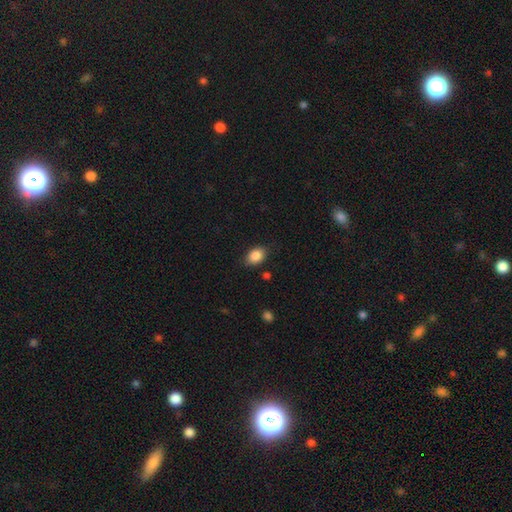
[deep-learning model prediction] Smooth or featured?
  - smooth: 86% *
  - star or artifact: 8%
  - featured or disk: 6%
How rounded?
  - in between: 77% *
  - round: 22%
  - cigar-shaped: 1%
Merging?
  - none: 81% *
  - minor disturbance: 15%
  - major disturbance: 3%
  - merger: 2%